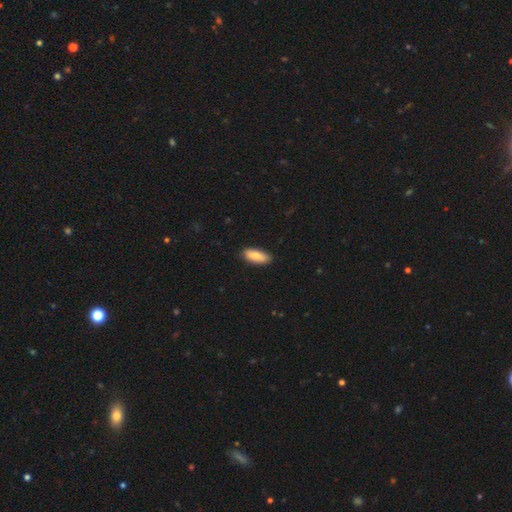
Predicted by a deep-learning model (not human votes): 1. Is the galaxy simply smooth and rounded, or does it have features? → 84% smooth, 11% featured or disk, 6% star or artifact.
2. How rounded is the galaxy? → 80% in between, 19% cigar-shaped, 2% round.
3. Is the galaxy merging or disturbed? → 87% none, 10% minor disturbance, 2% major disturbance, 1% merger.